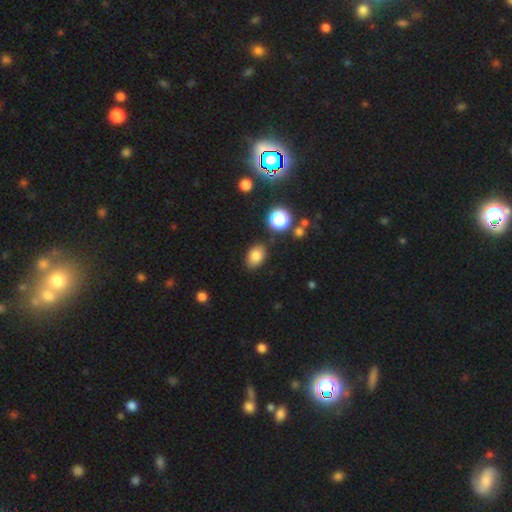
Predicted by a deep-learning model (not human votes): A smooth galaxy with no disk features (81%) that is in between round and cigar-shaped (81%).

Vote fractions:
- Smooth or featured? smooth: 81% / star or artifact: 11% / featured or disk: 7%
- How rounded? in between: 81% / round: 17% / cigar-shaped: 1%
- Merging? none: 83% / minor disturbance: 12% / major disturbance: 3% / merger: 3%